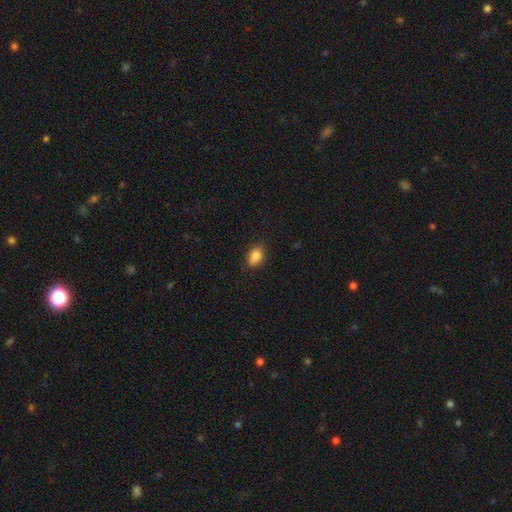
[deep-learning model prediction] smooth-or-featured: smooth: 83% | star or artifact: 9% | featured or disk: 8%
  how-rounded: in between: 80% | round: 17% | cigar-shaped: 2%
  merging: none: 76% | minor disturbance: 19% | major disturbance: 3% | merger: 3%